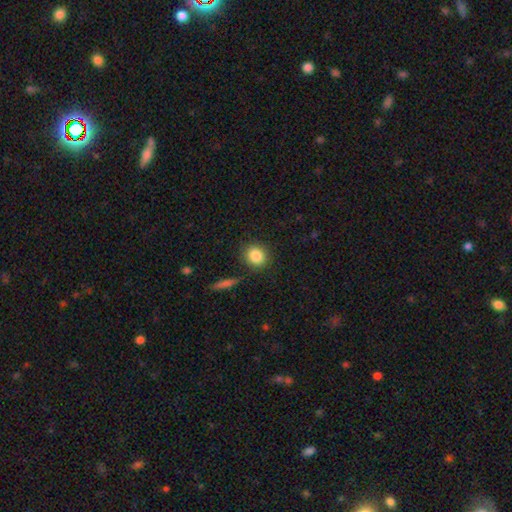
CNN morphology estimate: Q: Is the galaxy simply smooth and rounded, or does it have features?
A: smooth — 86%.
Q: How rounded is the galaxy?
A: round — 77%.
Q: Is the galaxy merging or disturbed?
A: none — 85%.